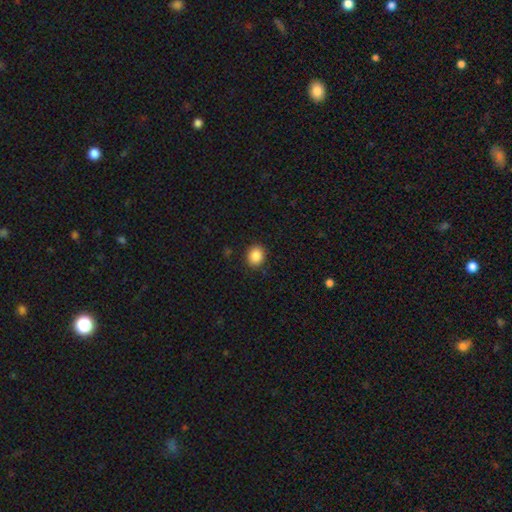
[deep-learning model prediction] Smooth or featured?
  - smooth: 87% *
  - star or artifact: 9%
  - featured or disk: 4%
How rounded?
  - round: 62% *
  - in between: 37%
  - cigar-shaped: 1%
Merging?
  - none: 90% *
  - minor disturbance: 7%
  - major disturbance: 2%
  - merger: 1%